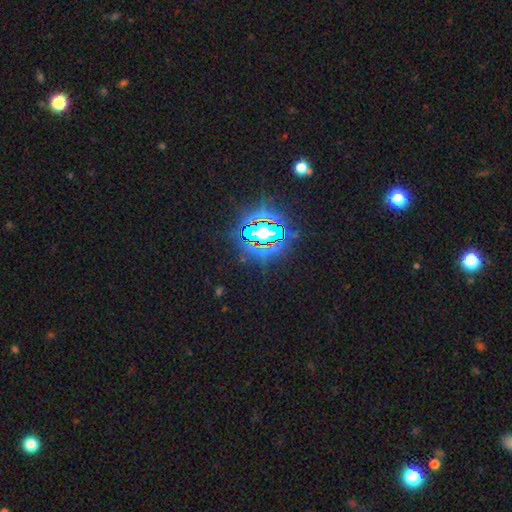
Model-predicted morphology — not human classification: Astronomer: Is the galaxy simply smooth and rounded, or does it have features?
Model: star or artifact — 84%.